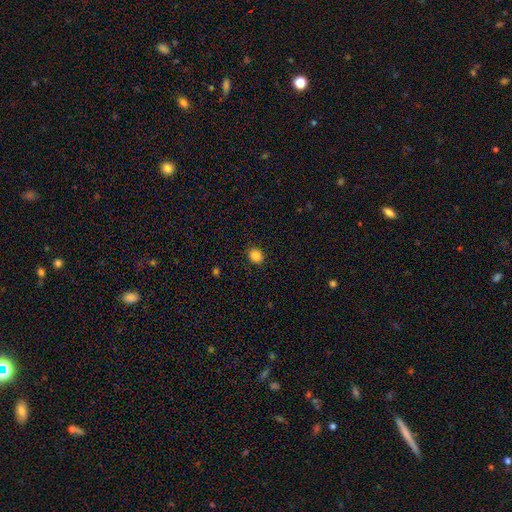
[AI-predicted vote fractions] Morphology: type=smooth (85%); roundness=round (63%); merging=none (88%).